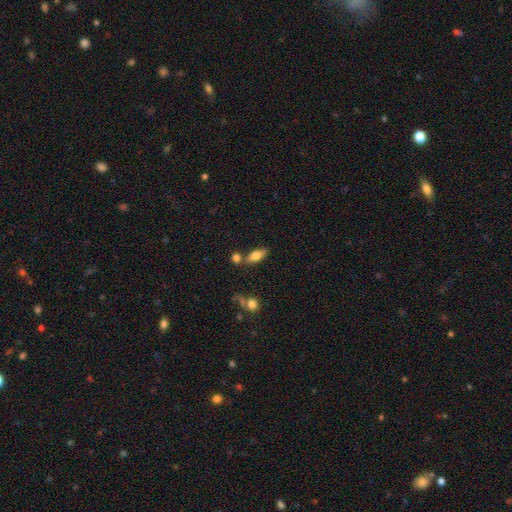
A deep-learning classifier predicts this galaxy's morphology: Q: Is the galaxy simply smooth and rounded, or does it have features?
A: smooth — 68%.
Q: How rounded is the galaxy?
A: in between — 72%.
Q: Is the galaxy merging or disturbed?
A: none — 67%.